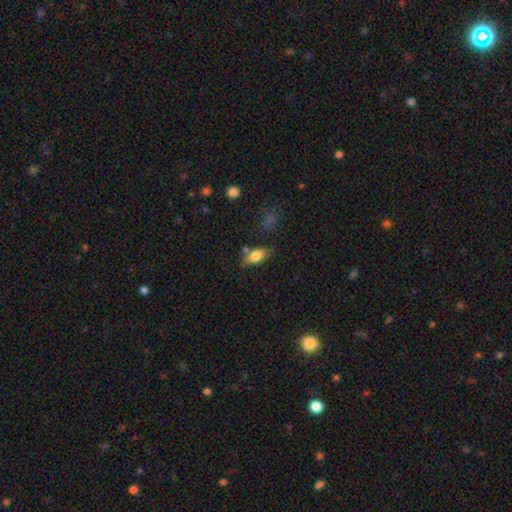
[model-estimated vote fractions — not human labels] This appears to be a smooth galaxy with no disk features (79%) that is in between round and cigar-shaped (86%). Merging: none (69%).